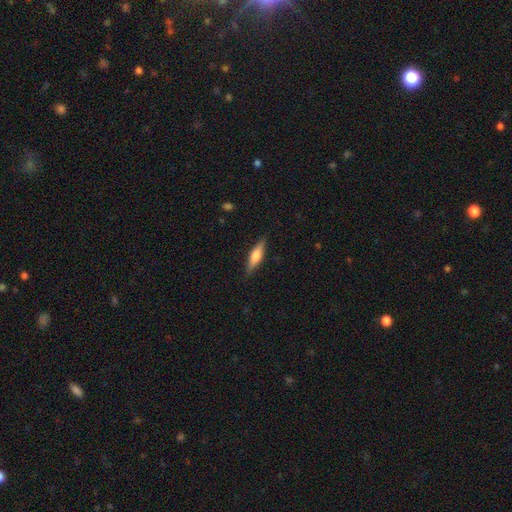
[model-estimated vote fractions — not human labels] Q: Smooth or featured?
A: smooth (52%); runner-up: featured or disk (42%)
Q: How rounded?
A: cigar-shaped (72%); runner-up: in between (26%)
Q: Merging?
A: none (87%); runner-up: minor disturbance (10%)